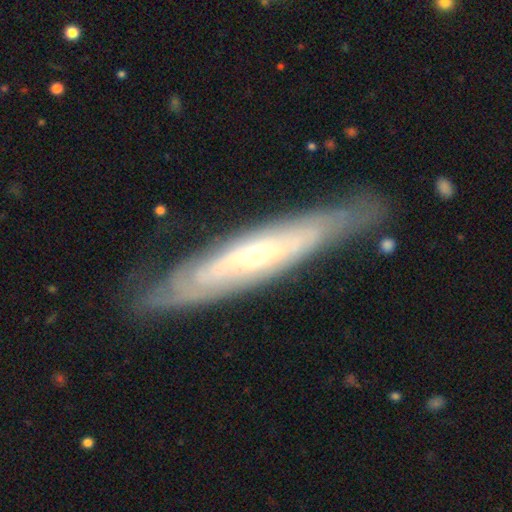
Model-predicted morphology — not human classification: Smooth or featured: featured or disk — 78% (smooth — 16%)
Edge-on disk: no — 58% (yes — 42%)
Merging: none — 78% (minor disturbance — 16%)